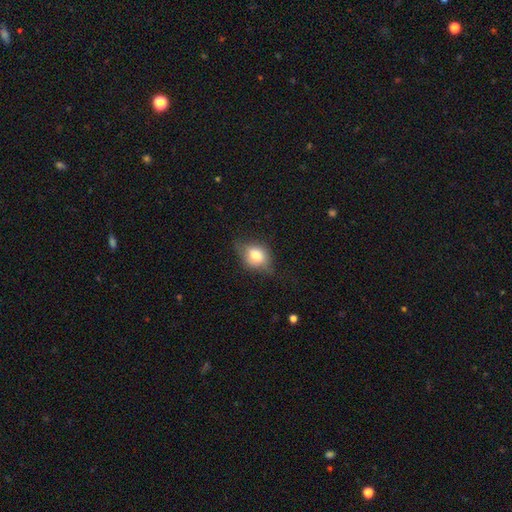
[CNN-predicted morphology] Smooth or featured? smooth (71%)
How rounded? in between (63%)
Merging? none (58%)